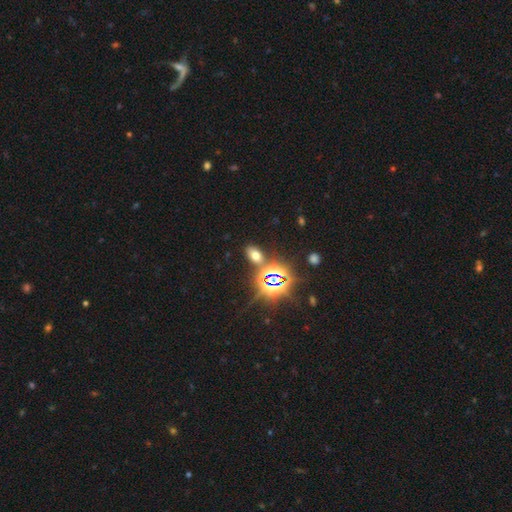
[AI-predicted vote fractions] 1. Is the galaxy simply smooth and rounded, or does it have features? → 53% smooth, 38% star or artifact, 9% featured or disk.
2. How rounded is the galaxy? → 87% in between, 10% round, 3% cigar-shaped.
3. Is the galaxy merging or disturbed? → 81% none, 9% minor disturbance, 7% merger, 4% major disturbance.